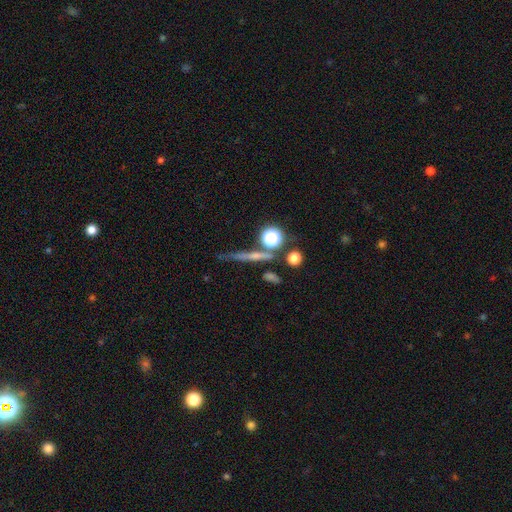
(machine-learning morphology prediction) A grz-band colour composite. It shows a featured or disk galaxy (41%). Merging: none (74%).